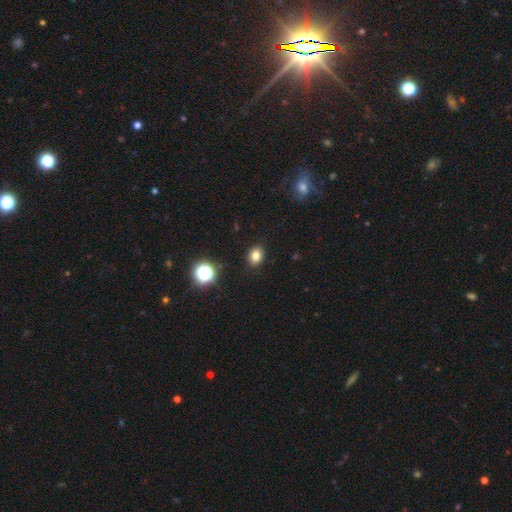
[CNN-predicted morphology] This appears to be a smooth galaxy with no disk features (80%) that is in between round and cigar-shaped (59%). Merging: none (89%).